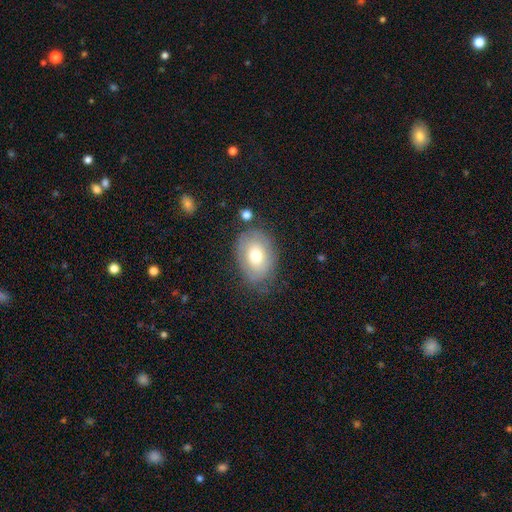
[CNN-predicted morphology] type=smooth (61%); roundness=in between (80%); merging=none (70%).